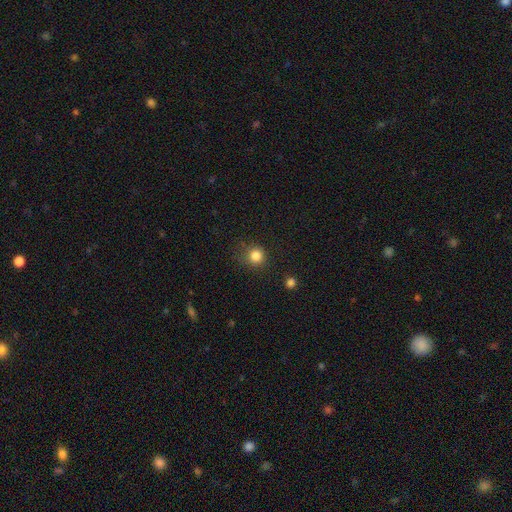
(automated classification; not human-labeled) Smooth or featured: smooth — 83% (star or artifact — 12%)
How rounded: round — 91% (in between — 8%)
Merging: none — 79% (minor disturbance — 14%)